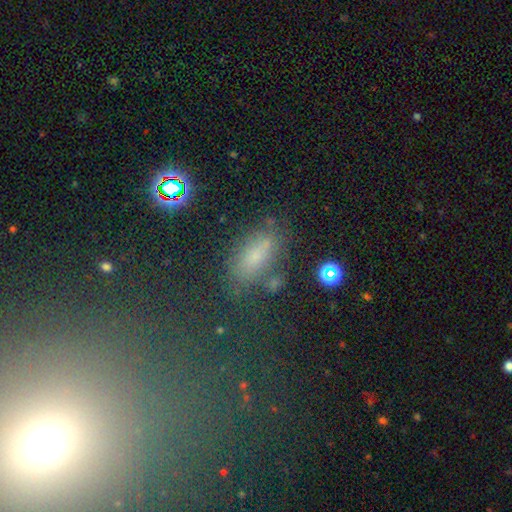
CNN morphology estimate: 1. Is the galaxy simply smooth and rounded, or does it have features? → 63% smooth, 22% star or artifact, 15% featured or disk.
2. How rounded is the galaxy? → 76% in between, 18% cigar-shaped, 7% round.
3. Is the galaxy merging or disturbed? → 67% none, 18% minor disturbance, 8% major disturbance, 7% merger.